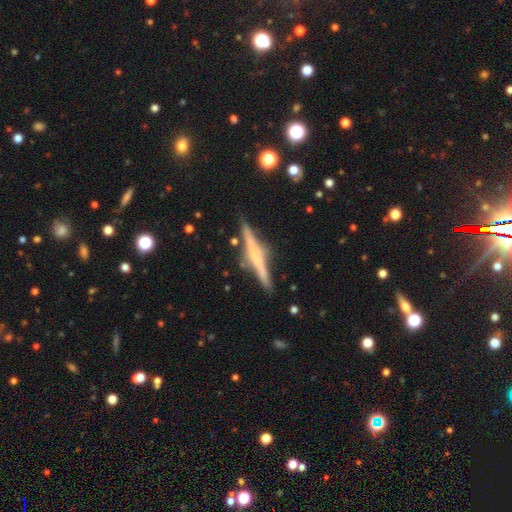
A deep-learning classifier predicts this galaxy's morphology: Smooth or featured? featured or disk (66%)
Edge-on disk? yes (97%)
Edge-on bulge? rounded (40%)
Merging? none (86%)